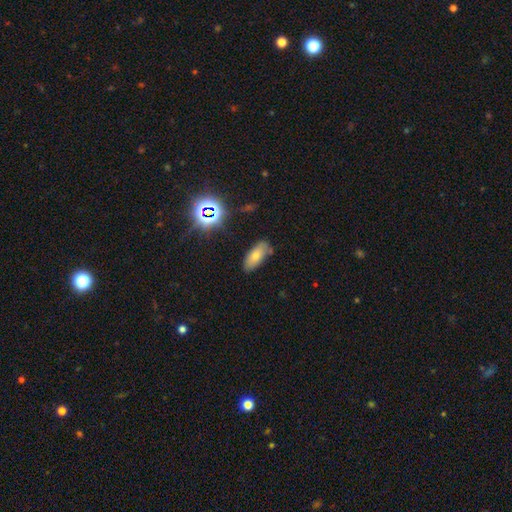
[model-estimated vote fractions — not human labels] The model was most divided on "smooth or featured": smooth: 69%, featured or disk: 17%, star or artifact: 14%. More confident: how rounded — in between (84%); merging — none (73%).